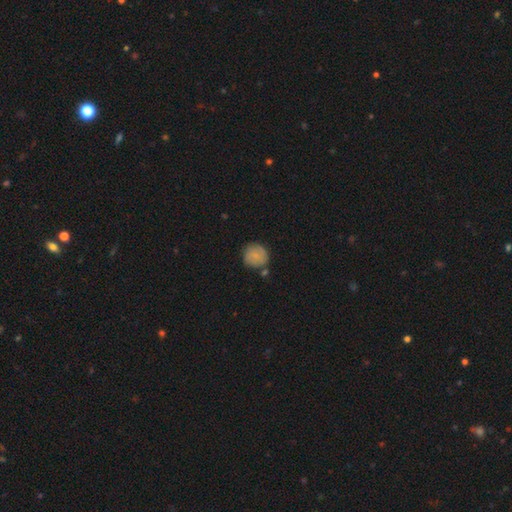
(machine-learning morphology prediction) Overall: smooth (79%). How rounded: round (91%). Merging: none (69%).